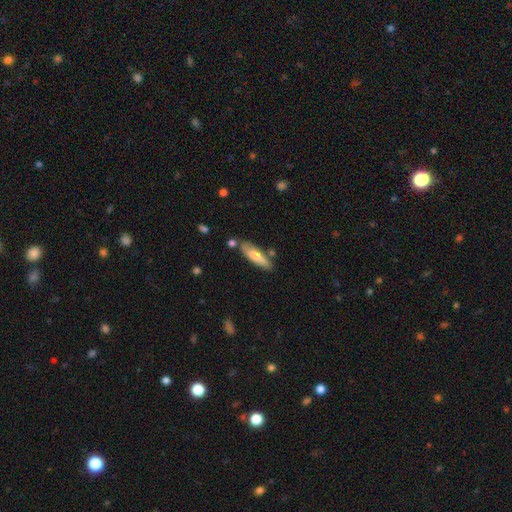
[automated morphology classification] Smooth or featured? Predicted: smooth (p=0.74). How rounded? Predicted: cigar-shaped (p=0.59). Merging? Predicted: none (p=0.71).